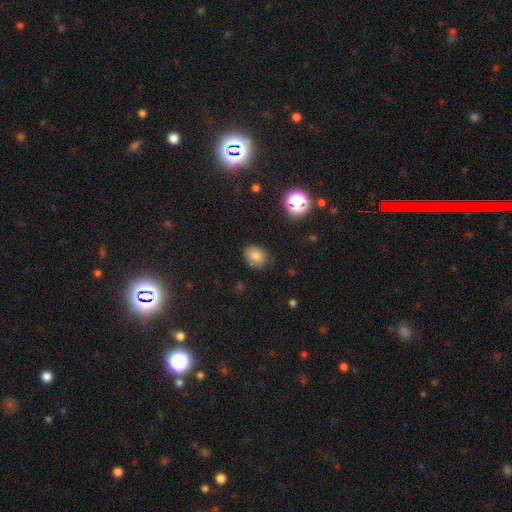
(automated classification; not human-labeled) A smooth galaxy with no disk features (79%) that is in between round and cigar-shaped (60%).

Vote fractions:
- Smooth or featured? smooth: 79% / star or artifact: 12% / featured or disk: 8%
- How rounded? in between: 60% / round: 40% / cigar-shaped: 1%
- Merging? none: 78% / minor disturbance: 17% / major disturbance: 4% / merger: 1%